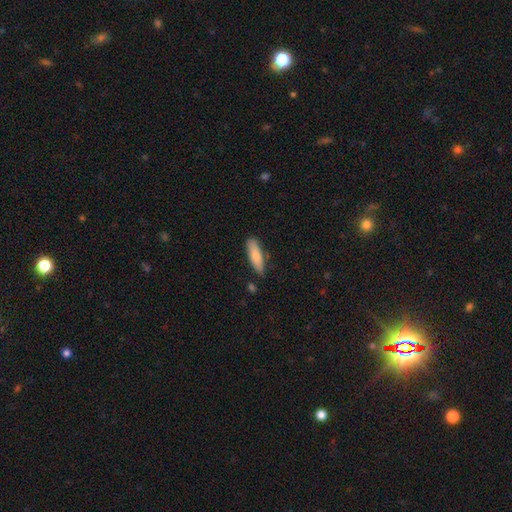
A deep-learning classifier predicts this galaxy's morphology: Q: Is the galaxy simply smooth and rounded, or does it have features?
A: smooth — 80%.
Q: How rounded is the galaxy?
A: cigar-shaped — 52%.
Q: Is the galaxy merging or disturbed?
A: none — 79%.